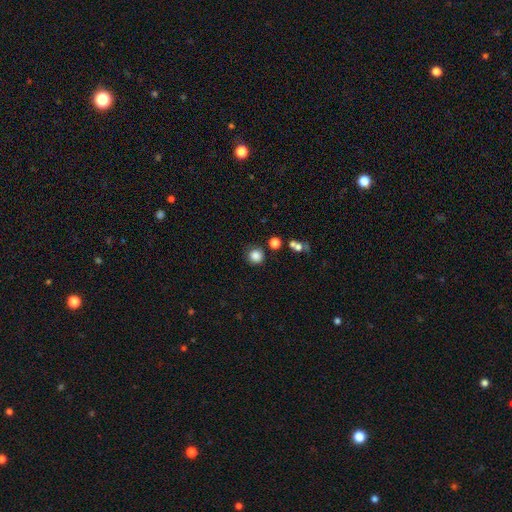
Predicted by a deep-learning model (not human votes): Smooth or featured?
  - smooth: 84% *
  - star or artifact: 11%
  - featured or disk: 5%
How rounded?
  - round: 92% *
  - in between: 7%
  - cigar-shaped: 1%
Merging?
  - none: 81% *
  - minor disturbance: 11%
  - merger: 5%
  - major disturbance: 3%